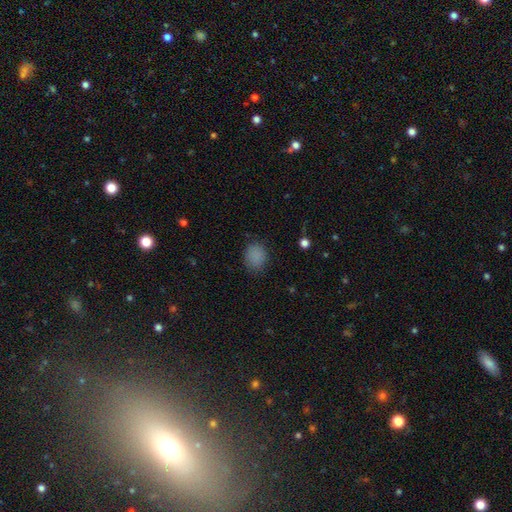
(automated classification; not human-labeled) Smooth or featured: smooth — 85% (star or artifact — 11%)
How rounded: round — 70% (in between — 29%)
Merging: none — 79% (minor disturbance — 15%)